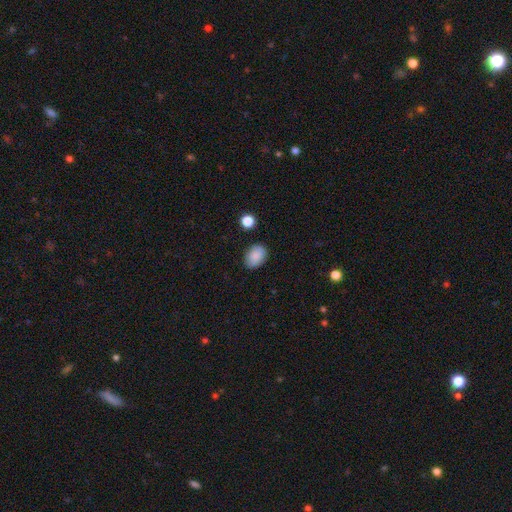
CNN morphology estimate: Smooth or featured: smooth — 87% (star or artifact — 8%)
How rounded: in between — 78% (round — 21%)
Merging: none — 84% (minor disturbance — 11%)